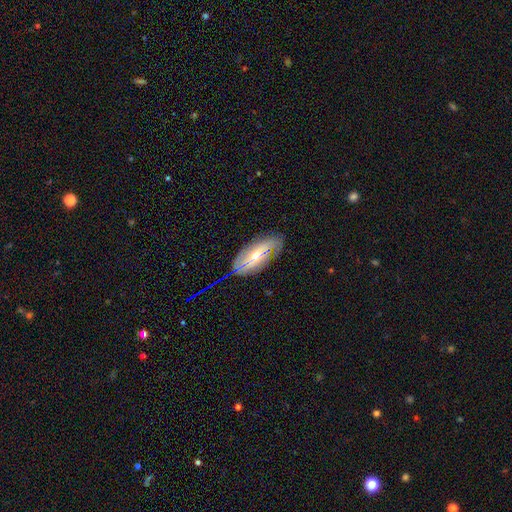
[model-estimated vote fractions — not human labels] A featured or disk galaxy (58%).

Vote fractions:
- Smooth or featured? featured or disk: 58% / smooth: 32% / star or artifact: 10%
- Edge-on disk? no: 72% / yes: 28%
- Merging? none: 74% / minor disturbance: 18% / major disturbance: 5% / merger: 2%